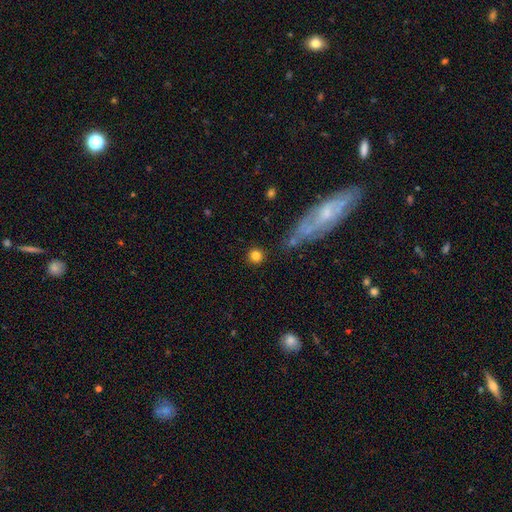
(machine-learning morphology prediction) Smooth or featured? Predicted: smooth (p=0.81). How rounded? Predicted: round (p=0.93). Merging? Predicted: none (p=0.85).